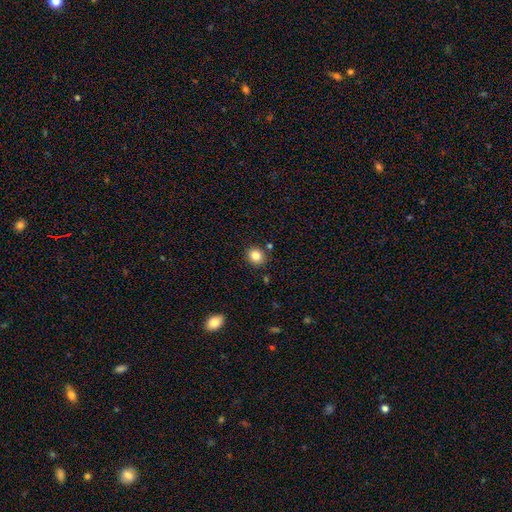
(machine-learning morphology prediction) This appears to be a smooth galaxy with no disk features (84%) that is round (76%). Merging: none (85%).